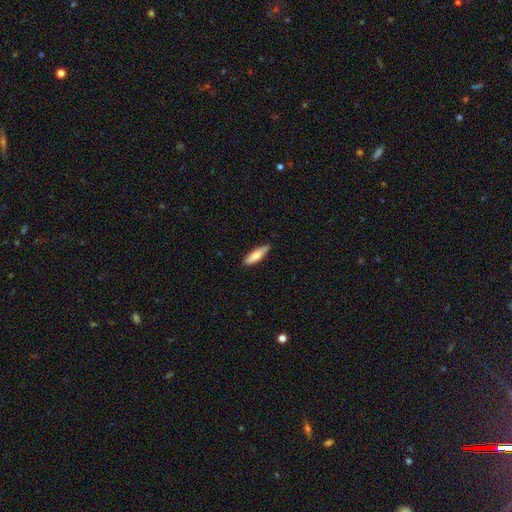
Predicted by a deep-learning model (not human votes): This is likely a smooth galaxy (77%). How rounded: possibly cigar-shaped (60%). Merging: clearly none (81%).